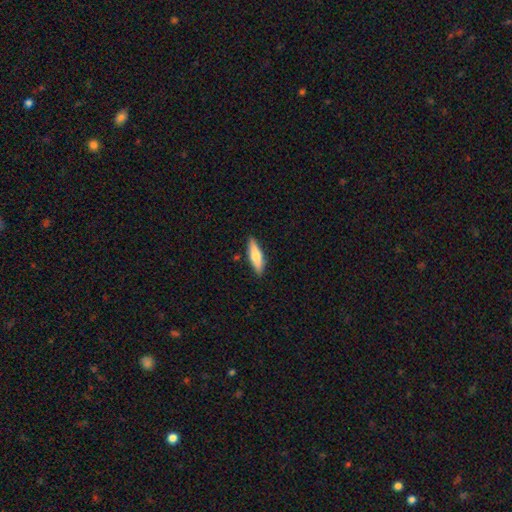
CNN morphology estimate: The model was most divided on "how rounded": cigar-shaped: 65%, in between: 33%, round: 2%. More confident: merging — none (87%); smooth or featured — smooth (66%).